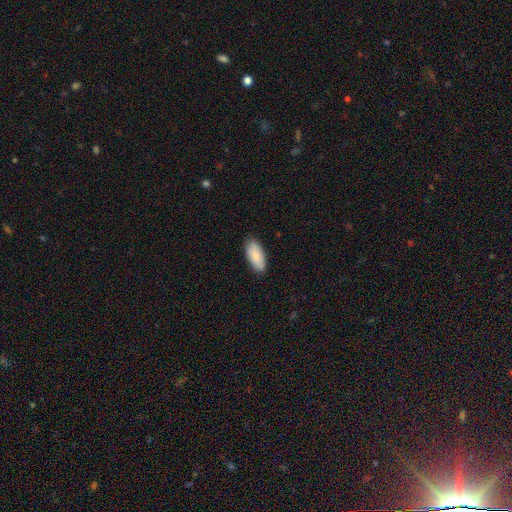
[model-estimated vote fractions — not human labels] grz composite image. It shows a smooth galaxy with no disk features (84%) that is in between round and cigar-shaped (88%). Merging: none (85%).